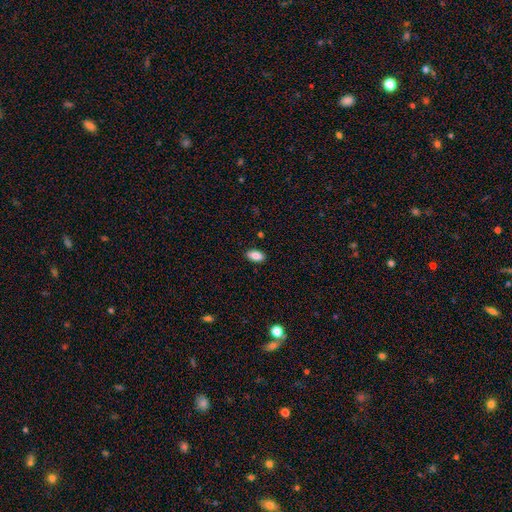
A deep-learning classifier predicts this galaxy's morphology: Smooth or featured? smooth (88%)
How rounded? in between (93%)
Merging? none (88%)